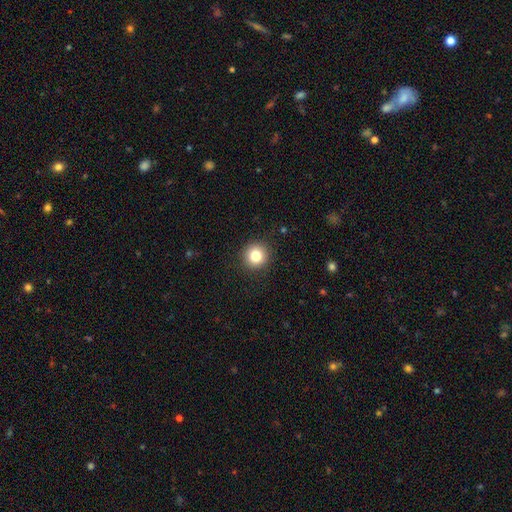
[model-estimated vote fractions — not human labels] The model was most divided on "smooth or featured": smooth: 82%, star or artifact: 11%, featured or disk: 7%. More confident: how rounded — round (94%); merging — none (92%).